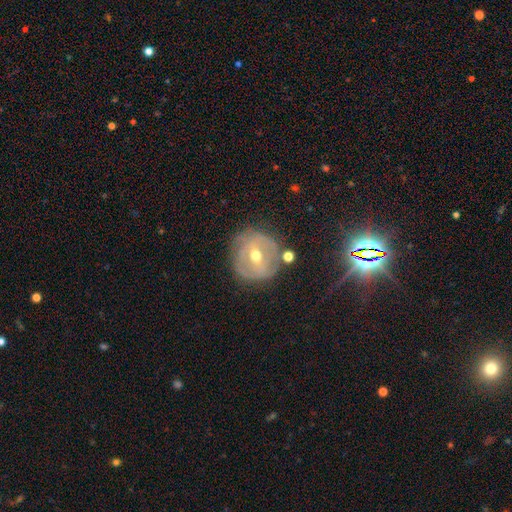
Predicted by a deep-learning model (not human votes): smooth_or_featured: featured or disk (p=0.70) [alt: smooth p=0.22]
disk_edge_on: no (p=0.95) [alt: yes p=0.05]
bar: weak (p=0.45) [alt: strong p=0.28]
has_spiral_arms: yes (p=0.60) [alt: no p=0.40]
bulge_size: moderate (p=0.70) [alt: small p=0.26]
merging: none (p=0.73) [alt: minor disturbance p=0.17]